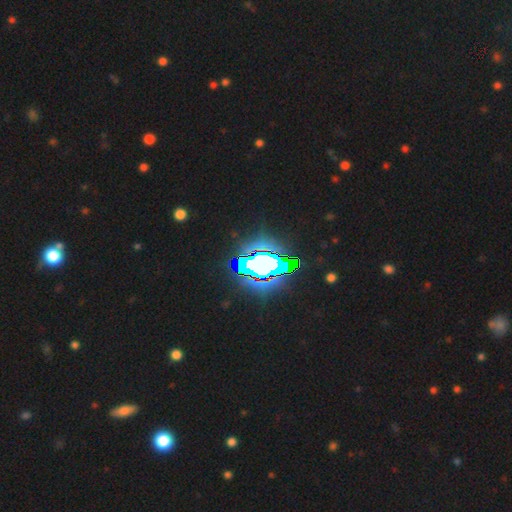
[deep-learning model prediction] Smooth or featured?
  - star or artifact: 68% *
  - featured or disk: 18%
  - smooth: 14%